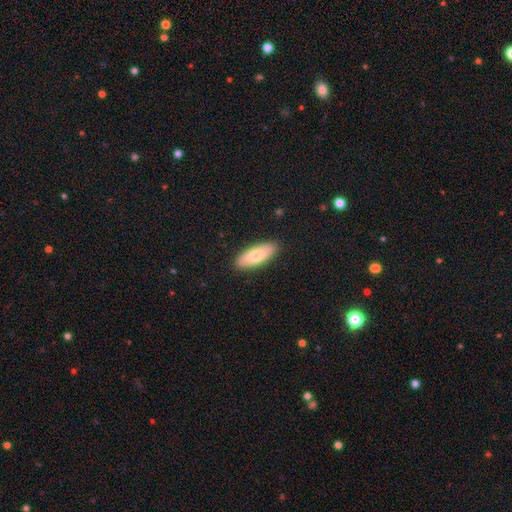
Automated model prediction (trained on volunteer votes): Smooth or featured? smooth (76%)
How rounded? in between (72%)
Merging? none (89%)